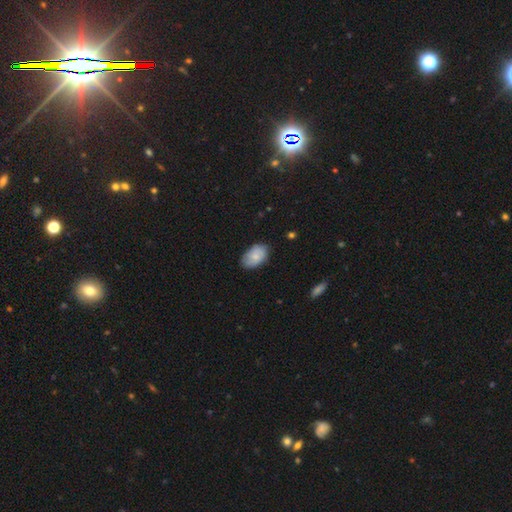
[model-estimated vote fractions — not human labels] Smooth or featured? Predicted: smooth (p=0.75). How rounded? Predicted: in between (p=0.91). Merging? Predicted: none (p=0.78).